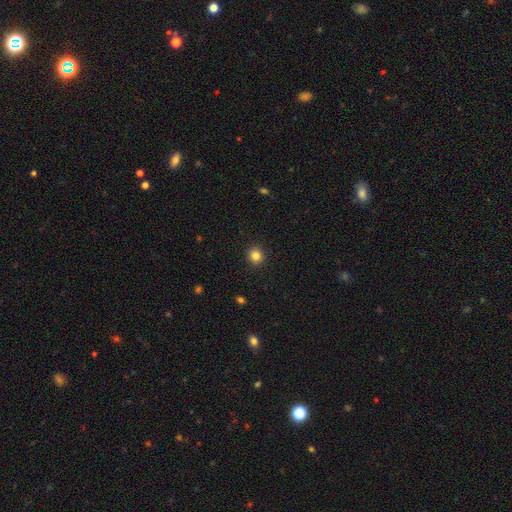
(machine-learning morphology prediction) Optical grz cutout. It shows a smooth galaxy with no disk features (83%) that is round (90%). Merging: none (92%).